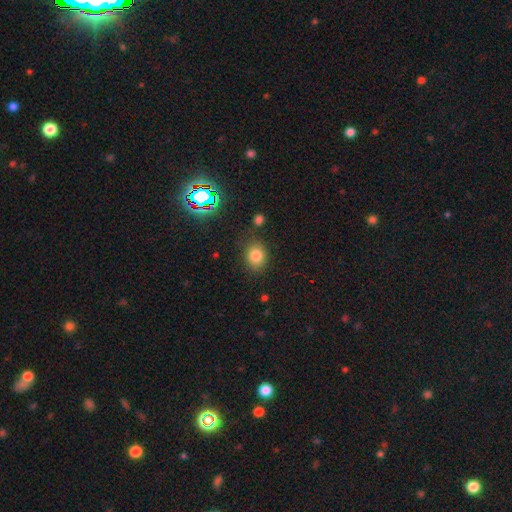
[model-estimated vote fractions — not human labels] smooth 80%, star or artifact 13%, featured or disk 7%. Down the decision tree: how rounded — round (62%); merging — none (81%).